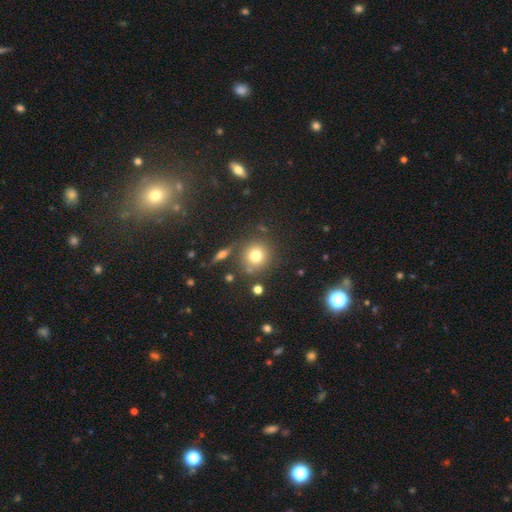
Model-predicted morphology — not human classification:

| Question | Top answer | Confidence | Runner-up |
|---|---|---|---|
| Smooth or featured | smooth | 75% | star or artifact (14%) |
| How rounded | round | 90% | in between (9%) |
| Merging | none | 80% | minor disturbance (10%) |